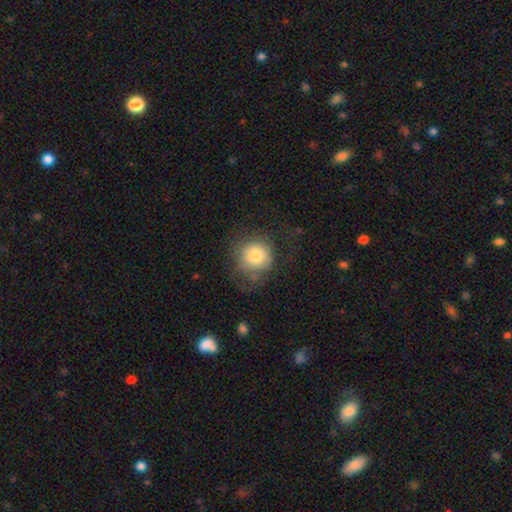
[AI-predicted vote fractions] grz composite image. It shows a smooth galaxy with no disk features (76%) that is round (88%). Merging: none (56%).